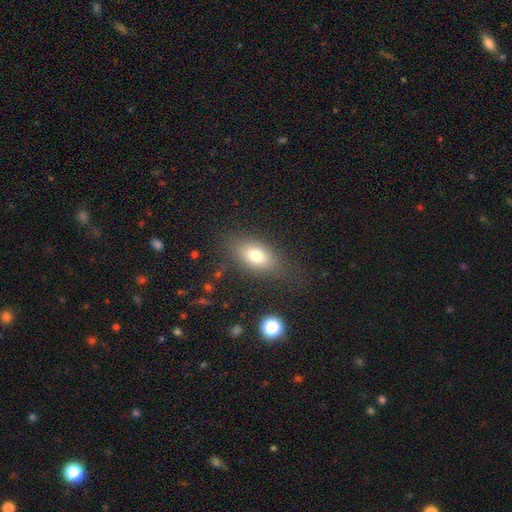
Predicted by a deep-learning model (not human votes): smooth_or_featured: smooth (p=0.74) [alt: featured or disk p=0.15]
how_rounded: in between (p=0.82) [alt: round p=0.13]
merging: none (p=0.76) [alt: minor disturbance p=0.15]